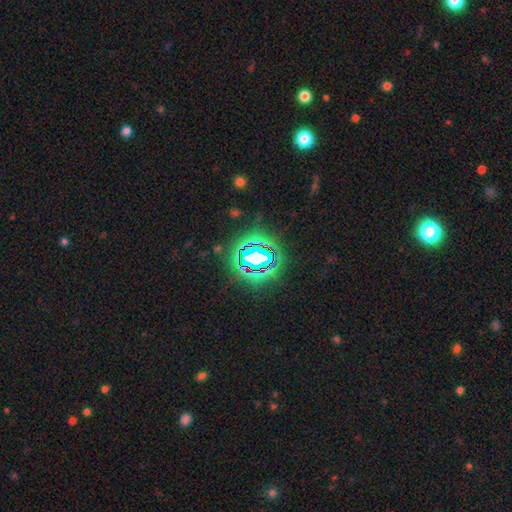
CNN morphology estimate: Smooth or featured?
  - star or artifact: 72% *
  - smooth: 16%
  - featured or disk: 12%